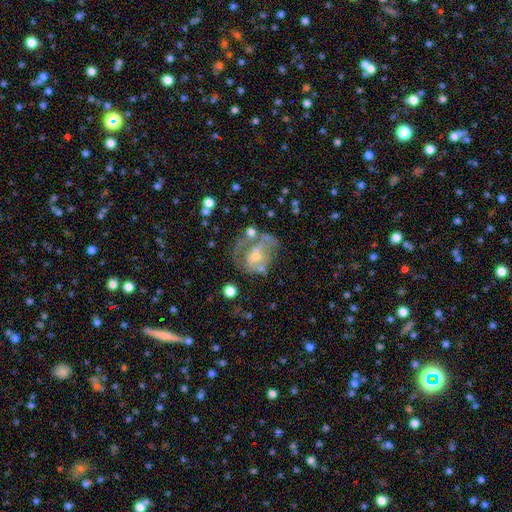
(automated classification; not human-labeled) This appears to be a featured or disk galaxy (63%) with no bar (68%), no spiral arms (60%) and a moderate central bulge (42%). Merging: none (33%).